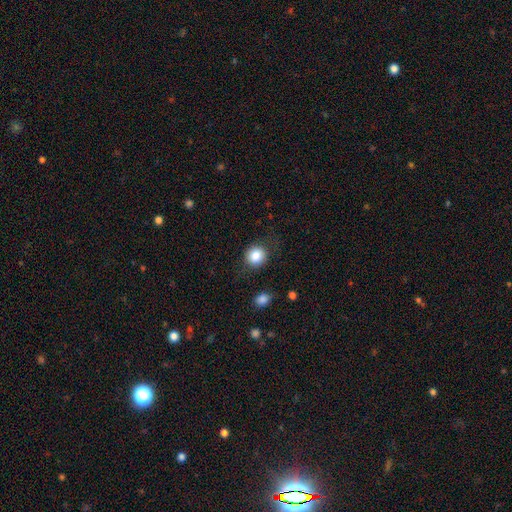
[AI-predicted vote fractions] Smooth or featured?
  - smooth: 85% *
  - star or artifact: 9%
  - featured or disk: 6%
How rounded?
  - round: 84% *
  - in between: 15%
  - cigar-shaped: 1%
Merging?
  - none: 80% *
  - minor disturbance: 13%
  - major disturbance: 5%
  - merger: 2%